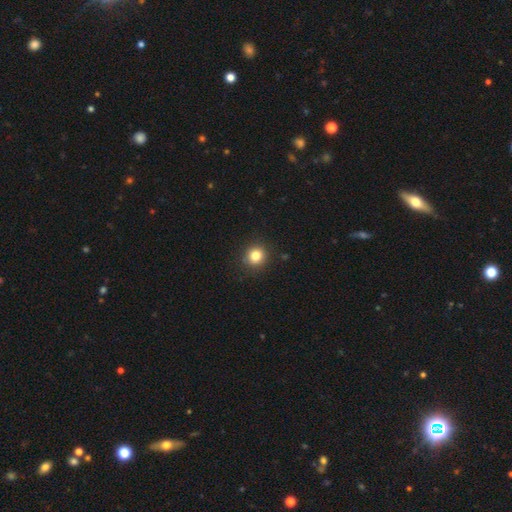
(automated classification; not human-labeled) smooth 82%, star or artifact 12%, featured or disk 6%. Down the decision tree: how rounded — round (90%); merging — none (90%).